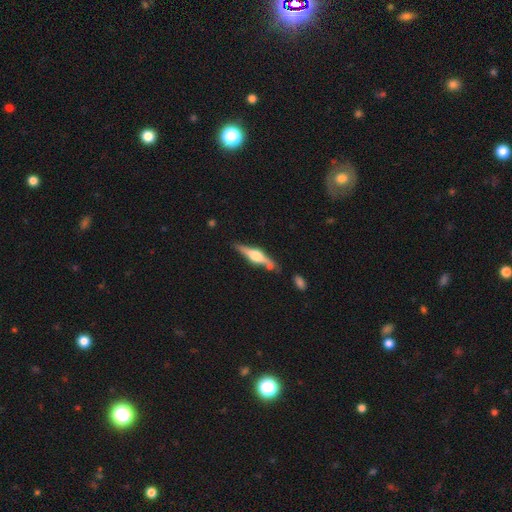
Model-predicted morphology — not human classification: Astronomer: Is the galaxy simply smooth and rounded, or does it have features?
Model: featured or disk — 72%.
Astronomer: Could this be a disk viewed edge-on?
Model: yes — 97%.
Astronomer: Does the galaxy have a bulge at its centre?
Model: rounded — 86%.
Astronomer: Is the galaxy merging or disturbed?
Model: none — 76%.